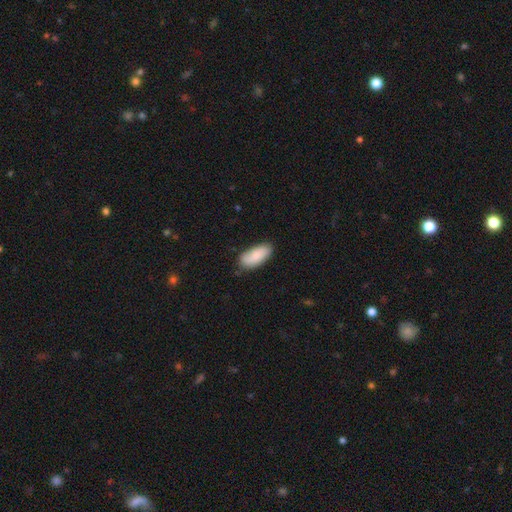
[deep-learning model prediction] smooth 82%, featured or disk 12%, star or artifact 6%. Down the decision tree: how rounded — in between (89%); merging — none (77%).